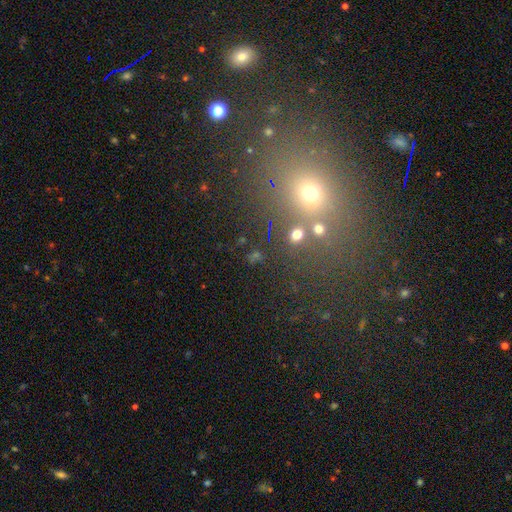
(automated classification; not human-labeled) Smooth or featured? smooth (45%)
Merging? none (77%)